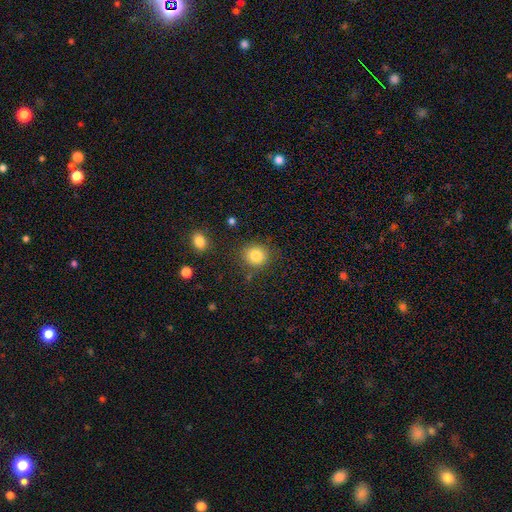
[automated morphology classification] Q: Smooth or featured?
A: smooth (83%); runner-up: star or artifact (10%)
Q: How rounded?
A: round (83%); runner-up: in between (16%)
Q: Merging?
A: none (82%); runner-up: minor disturbance (11%)